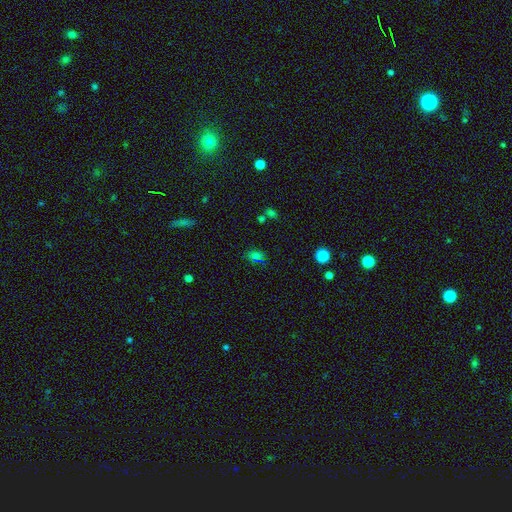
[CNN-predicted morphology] This is possibly a smooth galaxy (52%). How rounded: likely in between (61%). Merging: likely none (76%).